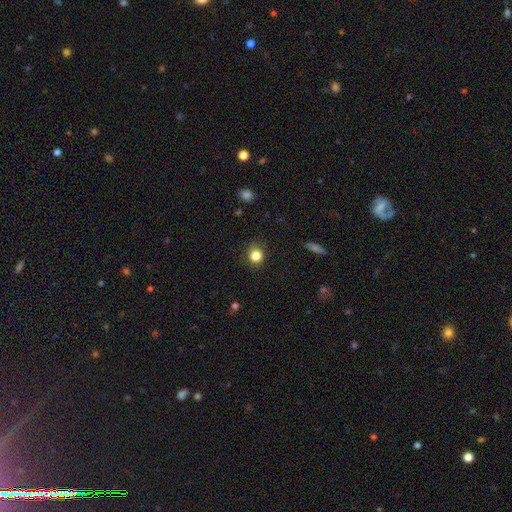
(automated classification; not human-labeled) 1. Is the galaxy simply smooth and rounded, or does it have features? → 83% smooth, 12% star or artifact, 5% featured or disk.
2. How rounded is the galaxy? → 84% round, 15% in between, 1% cigar-shaped.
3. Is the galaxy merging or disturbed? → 84% none, 12% minor disturbance, 3% major disturbance, 1% merger.